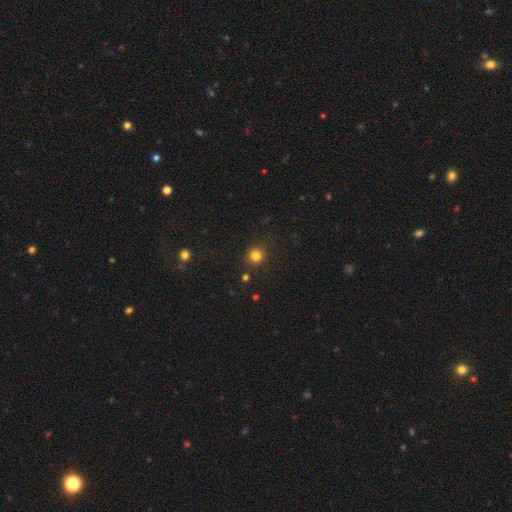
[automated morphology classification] This appears to be a smooth galaxy with no disk features (82%) that is round (94%). Merging: none (89%).